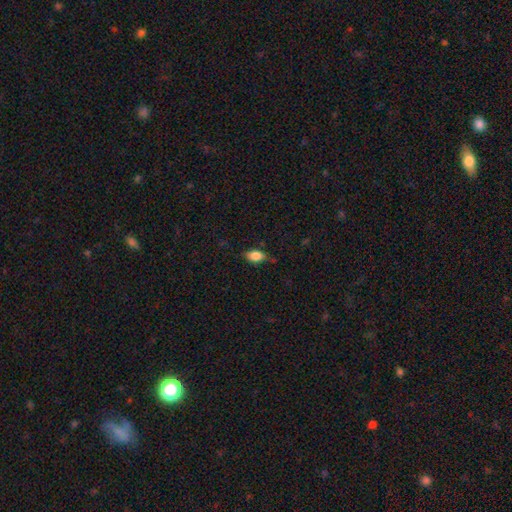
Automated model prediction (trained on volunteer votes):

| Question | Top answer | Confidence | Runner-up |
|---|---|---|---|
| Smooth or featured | smooth | 83% | featured or disk (9%) |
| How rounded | in between | 88% | round (6%) |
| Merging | none | 73% | minor disturbance (21%) |